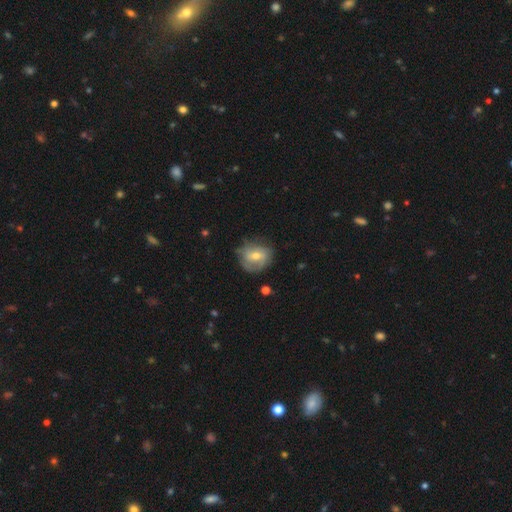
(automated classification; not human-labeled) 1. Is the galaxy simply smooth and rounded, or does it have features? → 49% featured or disk, 43% smooth, 8% star or artifact.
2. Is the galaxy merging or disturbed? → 62% none, 26% minor disturbance, 11% major disturbance, 2% merger.